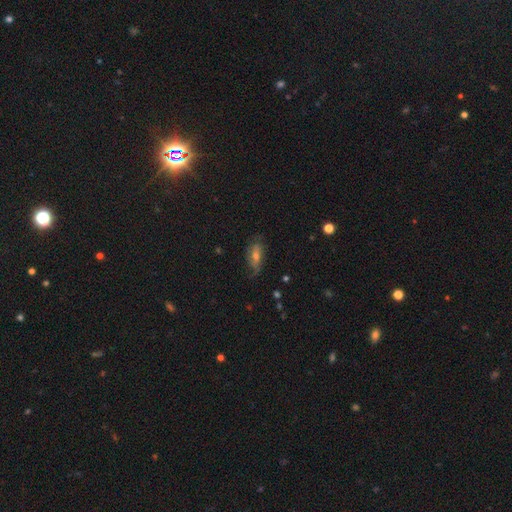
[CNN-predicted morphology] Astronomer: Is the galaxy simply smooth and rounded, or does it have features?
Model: featured or disk — 52% (runner-up: smooth, 33%).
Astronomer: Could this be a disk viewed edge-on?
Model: no — 79%.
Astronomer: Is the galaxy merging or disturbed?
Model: none — 66%.